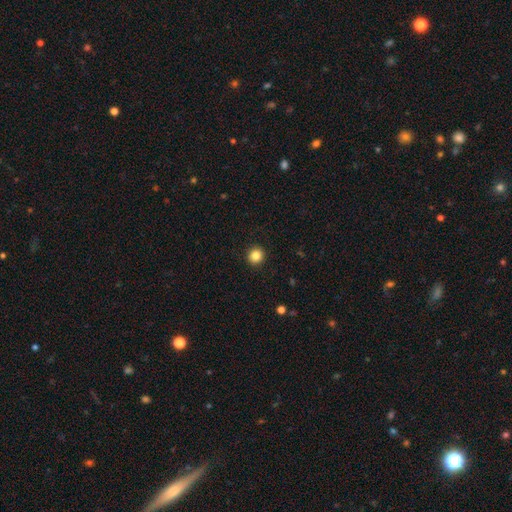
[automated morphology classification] smooth 85%, star or artifact 11%, featured or disk 5%. Down the decision tree: how rounded — round (93%); merging — none (93%).